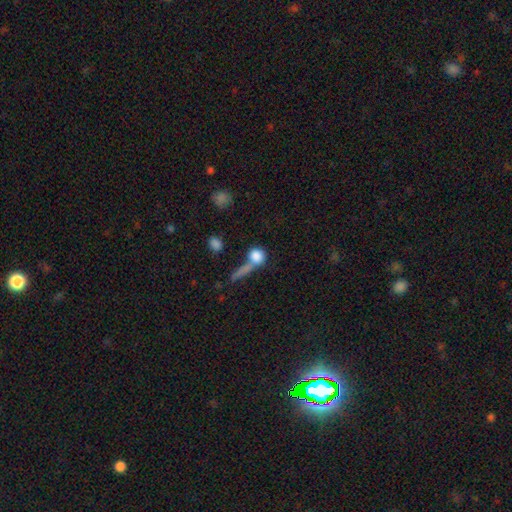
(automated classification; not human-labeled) Morphology: type=smooth (77%); roundness=round (67%); merging=none (37%).